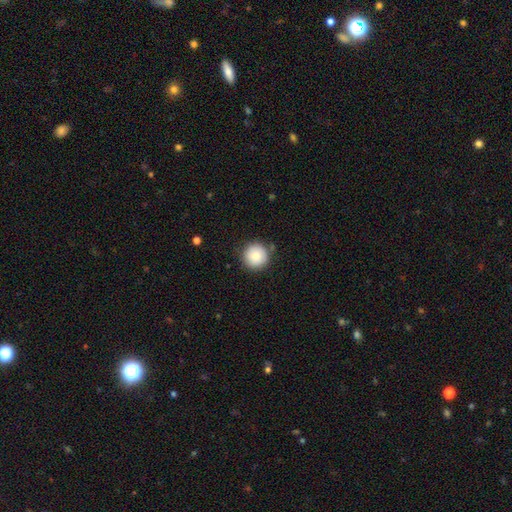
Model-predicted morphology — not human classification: Overall: smooth (84%). How rounded: round (96%). Merging: none (86%).